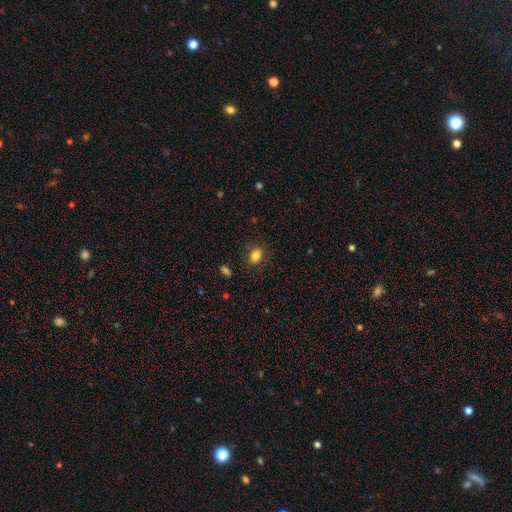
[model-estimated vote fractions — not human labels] smooth_or_featured: smooth (p=0.83) [alt: star or artifact p=0.11]
how_rounded: in between (p=0.58) [alt: round p=0.41]
merging: none (p=0.85) [alt: minor disturbance p=0.10]